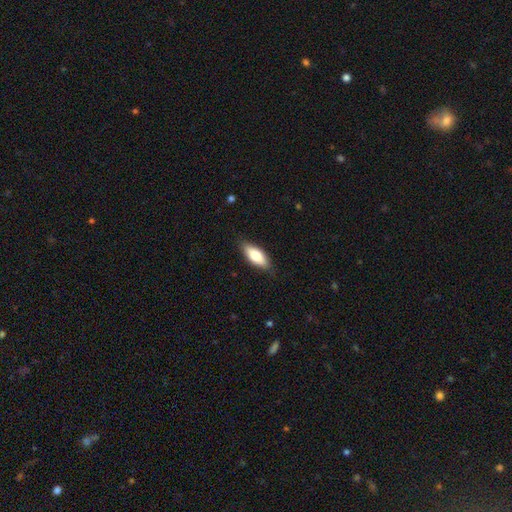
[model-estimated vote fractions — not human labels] The model was most divided on "smooth or featured": smooth: 77%, featured or disk: 17%, star or artifact: 6%. More confident: merging — none (85%); how rounded — in between (79%).